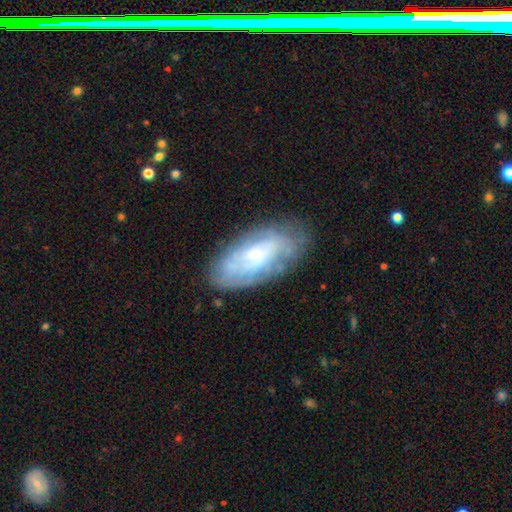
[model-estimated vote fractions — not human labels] A featured or disk galaxy (63%) with no bar (73%), spiral arms (70%) and a small central bulge (74%).

Vote fractions:
- Smooth or featured? featured or disk: 63% / smooth: 30% / star or artifact: 7%
- Edge-on disk? no: 90% / yes: 10%
- Bar? no: 73% / weak: 22% / strong: 5%
- Spiral arms? yes: 70% / no: 30%
- Bulge size? small: 74% / moderate: 19% / none: 4% / large: 2% / dominant: 1%
- Merging? none: 73% / minor disturbance: 19% / major disturbance: 6% / merger: 2%